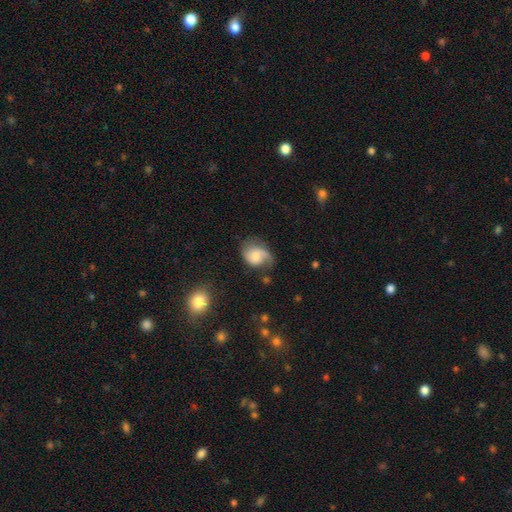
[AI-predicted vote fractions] Smooth or featured? Predicted: featured or disk (p=0.55). Edge-on disk? Predicted: no (p=0.97). Bar? Predicted: no (p=0.67). Spiral arms? Predicted: yes (p=0.89). Bulge size? Predicted: moderate (p=0.41). Merging? Predicted: none (p=0.46).